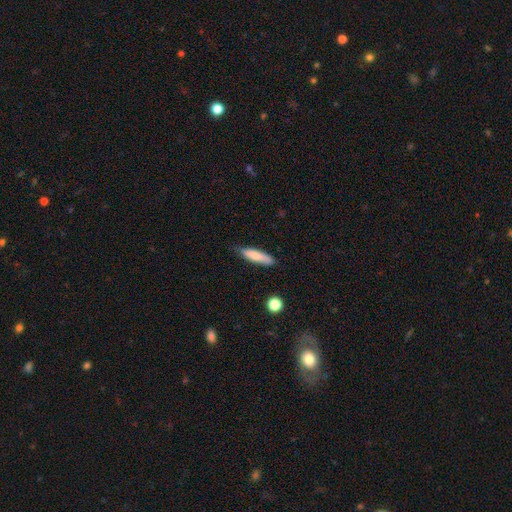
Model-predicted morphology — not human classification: Overall: smooth (78%). How rounded: cigar-shaped (73%). Merging: none (76%).